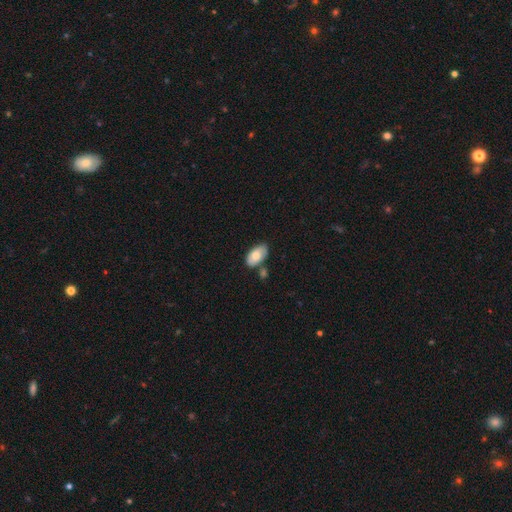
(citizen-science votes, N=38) Volunteers were most divided on "merging": none: 50%, merger: 28%, minor disturbance: 19%, major disturbance: 3%. More confident: how rounded — in between (97%); smooth or featured — smooth (79%).